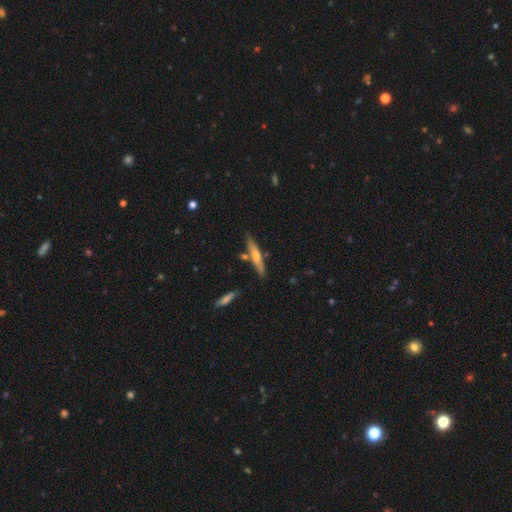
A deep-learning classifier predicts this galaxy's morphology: Overall: smooth (48%; featured or disk 46%). Merging: none (78%).